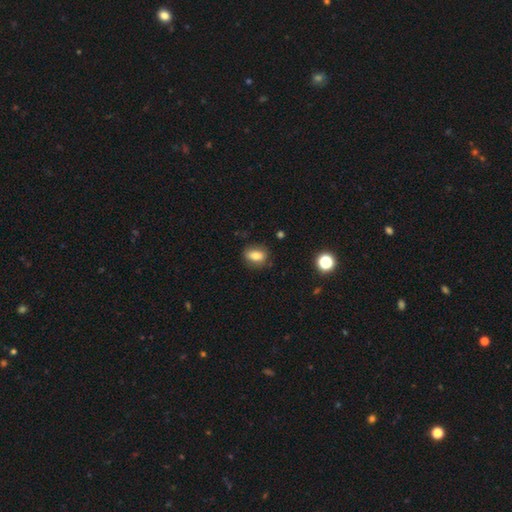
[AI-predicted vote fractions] This is likely a smooth galaxy (78%). How rounded: likely in between (75%). Merging: likely none (79%).